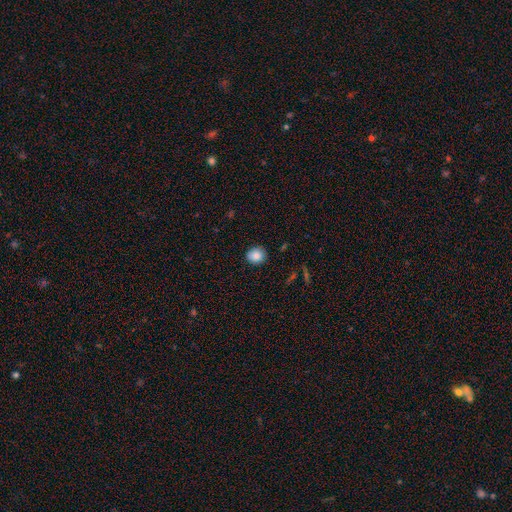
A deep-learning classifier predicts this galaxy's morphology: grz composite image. It shows a smooth galaxy with no disk features (86%) that is round (77%). Merging: none (88%).